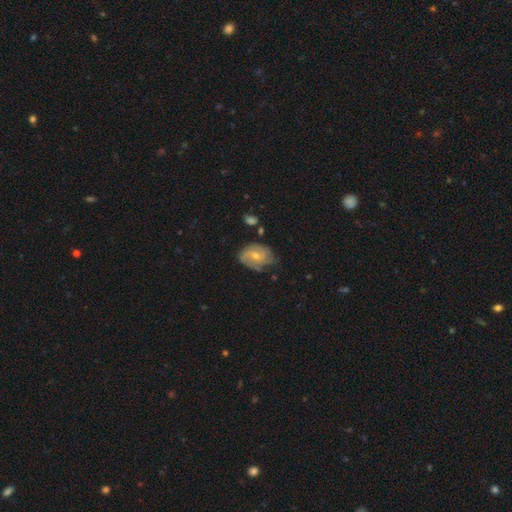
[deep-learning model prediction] Smooth or featured: featured or disk — 69% (smooth — 25%)
Edge-on disk: no — 97% (yes — 3%)
Bar: no — 56% (weak — 38%)
Spiral arms: yes — 89% (no — 11%)
Spiral winding: medium — 42% (tight — 39%)
Spiral arm count: 2 — 33% (can't tell — 27%)
Bulge size: small — 52% (moderate — 44%)
Merging: none — 59% (minor disturbance — 29%)